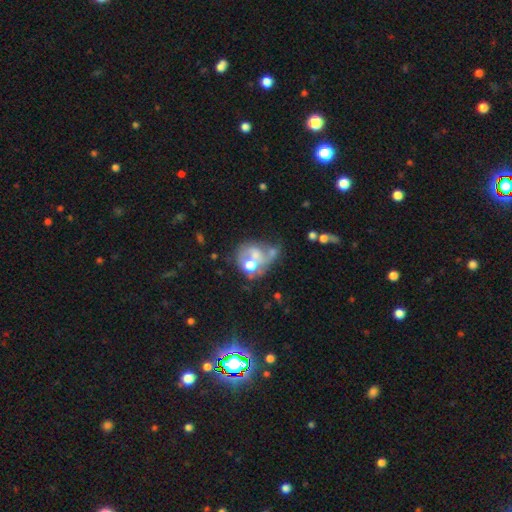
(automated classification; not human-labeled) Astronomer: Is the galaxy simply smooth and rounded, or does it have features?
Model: featured or disk — 45% (runner-up: smooth, 37%).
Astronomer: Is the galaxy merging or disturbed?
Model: merger — 43% (runner-up: none, 24%).